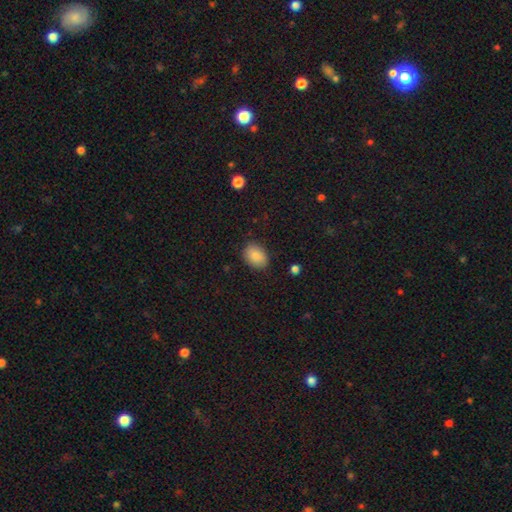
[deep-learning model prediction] This appears to be a smooth galaxy with no disk features (85%) that is in between round and cigar-shaped (72%). Merging: none (85%).